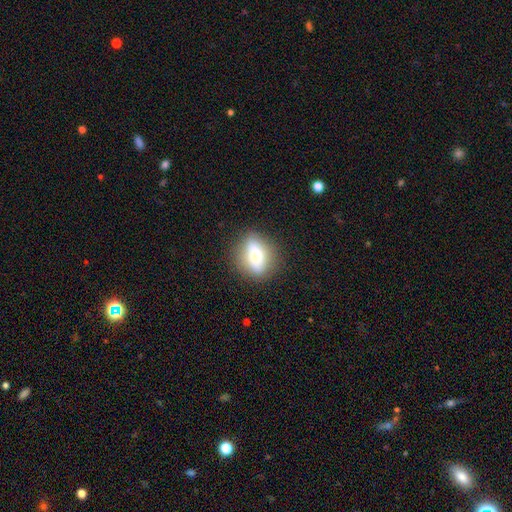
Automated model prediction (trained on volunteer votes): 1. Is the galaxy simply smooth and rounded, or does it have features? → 54% smooth, 37% featured or disk, 10% star or artifact.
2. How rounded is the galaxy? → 50% in between, 45% round, 5% cigar-shaped.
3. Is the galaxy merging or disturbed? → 77% none, 15% minor disturbance, 5% major disturbance, 3% merger.